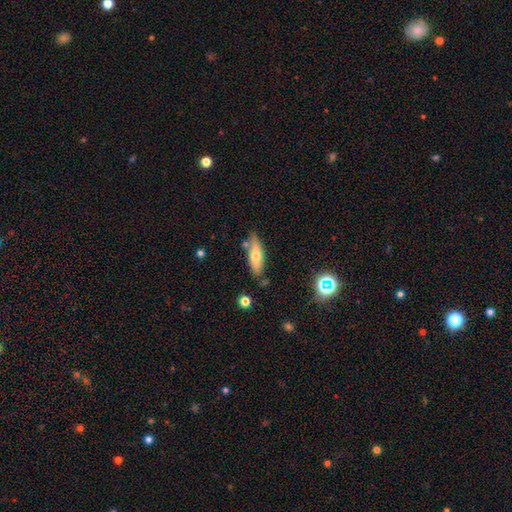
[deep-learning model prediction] smooth_or_featured: smooth (p=0.62) [alt: featured or disk p=0.31]
how_rounded: in between (p=0.57) [alt: cigar-shaped p=0.41]
merging: none (p=0.72) [alt: minor disturbance p=0.17]